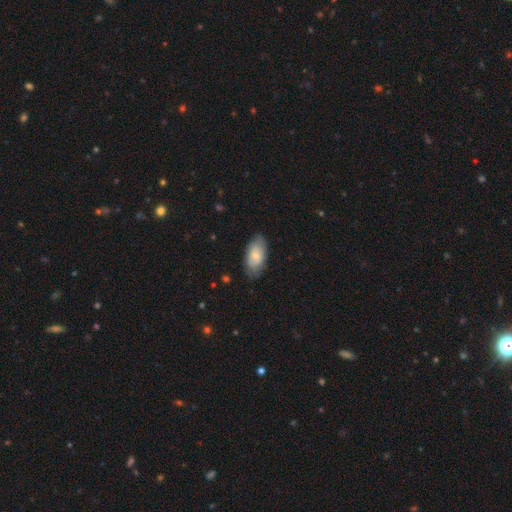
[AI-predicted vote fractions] Morphology: type=smooth (62%); roundness=in between (92%); merging=none (76%).